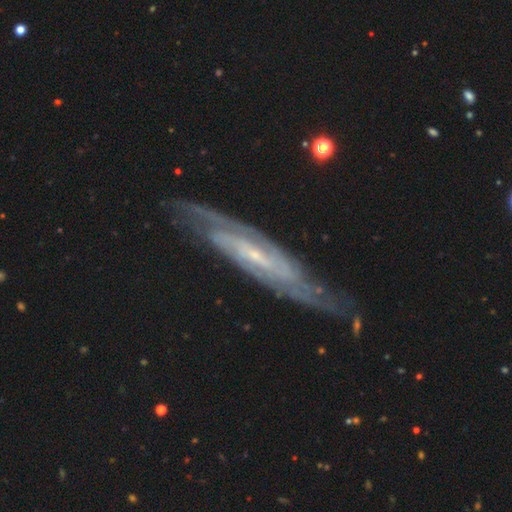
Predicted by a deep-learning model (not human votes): The model was most divided on "bar": weak: 42%, no: 32%, strong: 26%. Remaining: spiral arms — yes (96%); smooth or featured — featured or disk (87%); merging — none (77%); bulge size — small (77%); edge-on disk — no (76%); spiral winding — tight (54%); spiral arm count — 2 (50%).